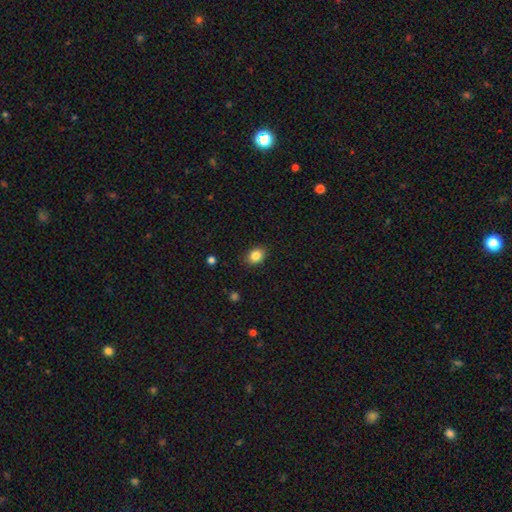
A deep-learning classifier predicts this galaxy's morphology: A smooth galaxy with no disk features (85%) that is in between round and cigar-shaped (63%).

Vote fractions:
- Smooth or featured? smooth: 85% / star or artifact: 9% / featured or disk: 5%
- How rounded? in between: 63% / round: 36% / cigar-shaped: 1%
- Merging? none: 87% / minor disturbance: 10% / major disturbance: 2% / merger: 1%